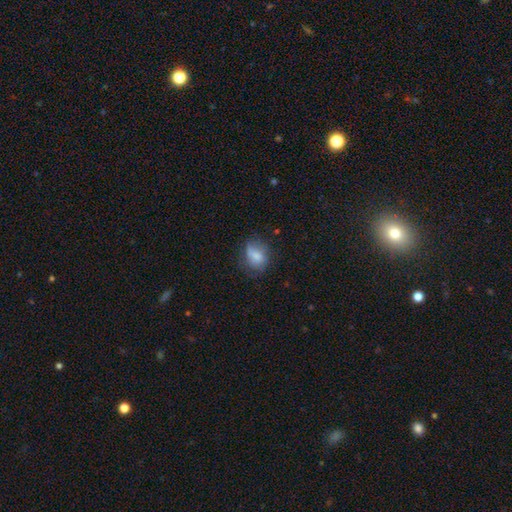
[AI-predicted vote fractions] A smooth galaxy with no disk features (75%) that is in between round and cigar-shaped (62%).

Vote fractions:
- Smooth or featured? smooth: 75% / featured or disk: 16% / star or artifact: 9%
- How rounded? in between: 62% / round: 37% / cigar-shaped: 2%
- Merging? none: 54% / minor disturbance: 30% / major disturbance: 13% / merger: 2%